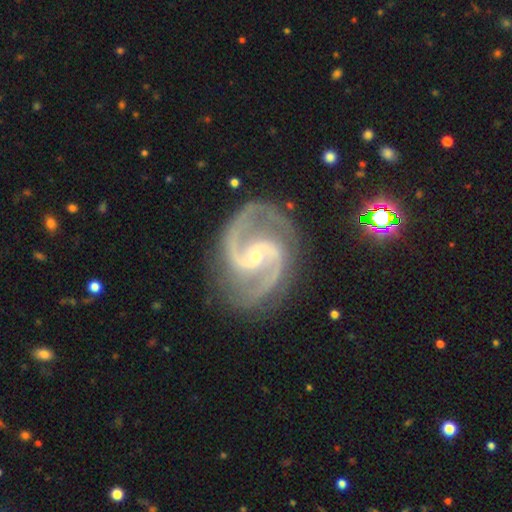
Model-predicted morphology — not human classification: smooth_or_featured: featured or disk (p=0.94) [alt: star or artifact p=0.04]
disk_edge_on: no (p=0.98) [alt: yes p=0.02]
bar: weak (p=0.41) [alt: no p=0.39]
has_spiral_arms: yes (p=0.99) [alt: no p=0.01]
spiral_winding: medium (p=0.67) [alt: tight p=0.19]
spiral_arm_count: 2 (p=0.92) [alt: 3 p=0.03]
bulge_size: small (p=0.74) [alt: moderate p=0.23]
merging: none (p=0.79) [alt: minor disturbance p=0.14]